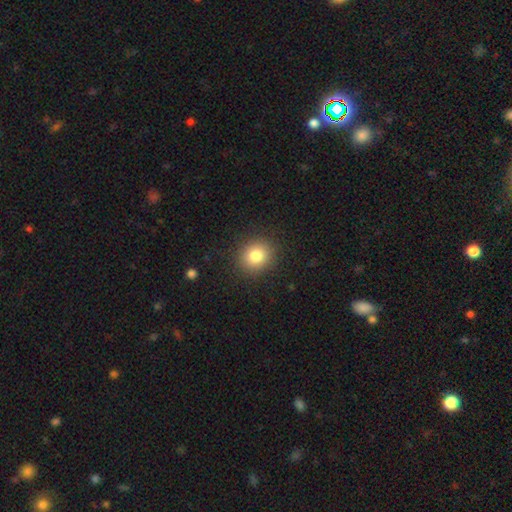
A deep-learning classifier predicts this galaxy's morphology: The model was most divided on "how rounded": round: 80%, in between: 19%, cigar-shaped: 1%. More confident: merging — none (89%); smooth or featured — smooth (82%).